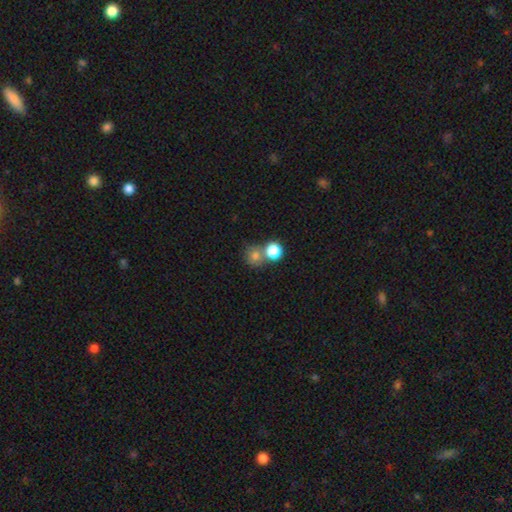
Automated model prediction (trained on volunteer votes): smooth 76%, star or artifact 16%, featured or disk 9%. Down the decision tree: how rounded — round (87%); merging — none (52%).